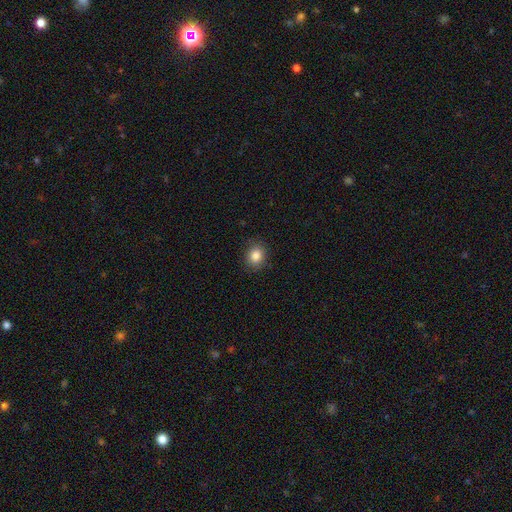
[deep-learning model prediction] Smooth or featured?
  - smooth: 85% *
  - star or artifact: 10%
  - featured or disk: 5%
How rounded?
  - round: 65% *
  - in between: 34%
  - cigar-shaped: 1%
Merging?
  - none: 87% *
  - minor disturbance: 10%
  - major disturbance: 3%
  - merger: 1%